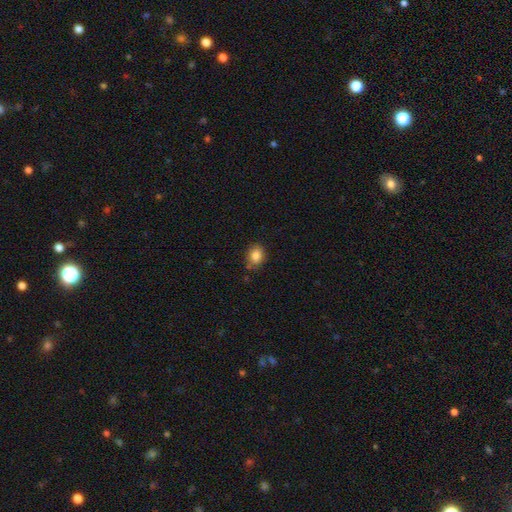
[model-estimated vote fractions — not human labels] Morphology: type=smooth (85%); roundness=in between (53%); merging=none (73%).